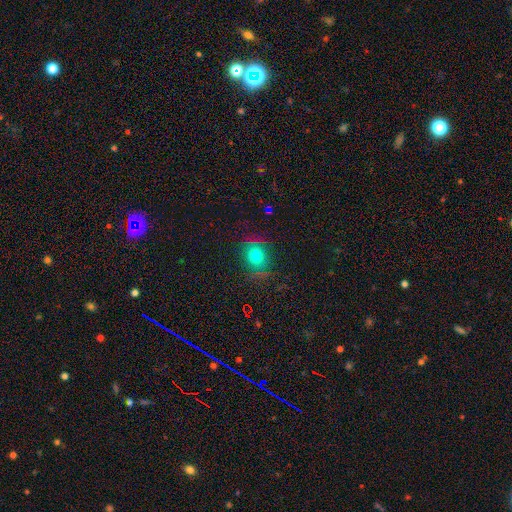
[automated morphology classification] smooth_or_featured: smooth (p=0.68) [alt: star or artifact p=0.20]
how_rounded: round (p=0.69) [alt: in between p=0.29]
merging: none (p=0.79) [alt: minor disturbance p=0.13]